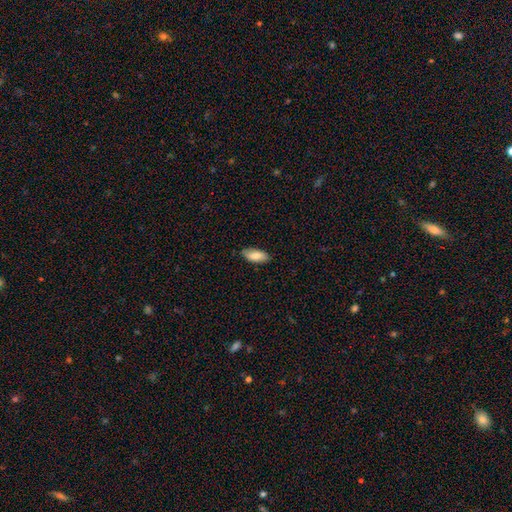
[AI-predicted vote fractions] Overall: smooth (83%). How rounded: in between (86%). Merging: none (85%).